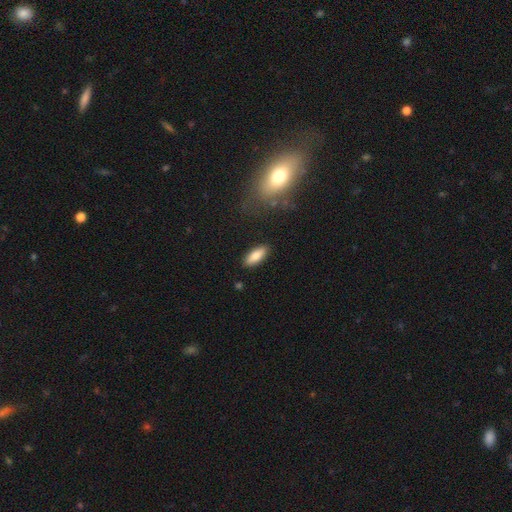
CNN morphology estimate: The model was most divided on "how rounded": in between: 75%, cigar-shaped: 22%, round: 2%. More confident: merging — none (88%); smooth or featured — smooth (82%).